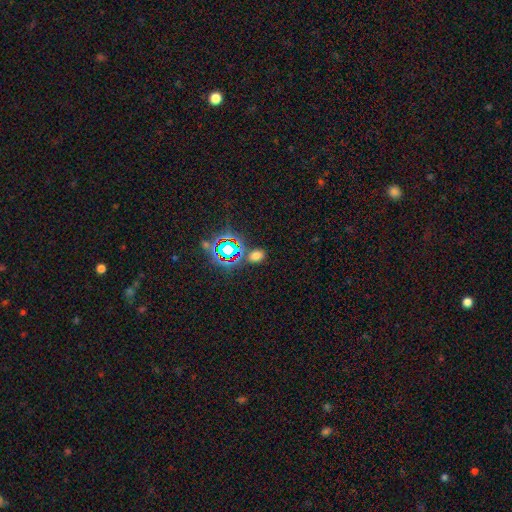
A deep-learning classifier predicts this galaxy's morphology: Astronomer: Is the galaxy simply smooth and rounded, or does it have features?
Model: smooth — 60%.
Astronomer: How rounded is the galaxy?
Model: in between — 71%.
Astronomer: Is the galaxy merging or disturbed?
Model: none — 80%.